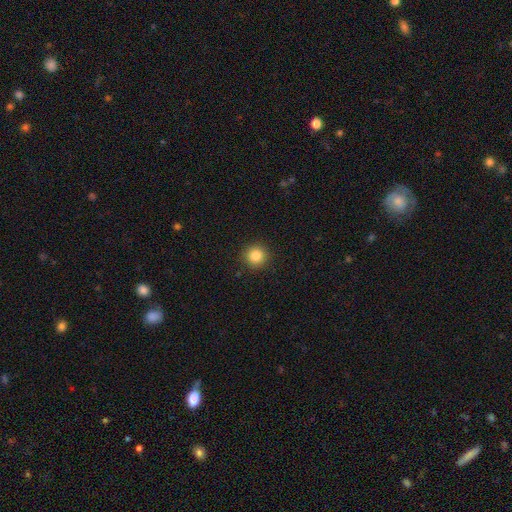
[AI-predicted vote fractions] A smooth galaxy with no disk features (84%) that is round (95%).

Vote fractions:
- Smooth or featured? smooth: 84% / star or artifact: 11% / featured or disk: 5%
- How rounded? round: 95% / in between: 4% / cigar-shaped: 1%
- Merging? none: 92% / minor disturbance: 5% / major disturbance: 2% / merger: 1%